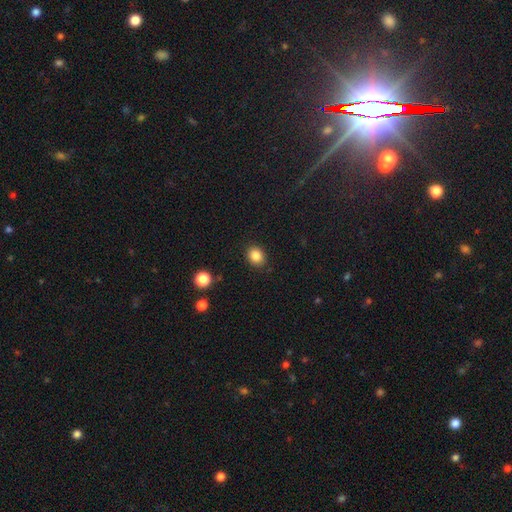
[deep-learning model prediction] A smooth galaxy with no disk features (86%) that is round (60%). Merging: none (88%).